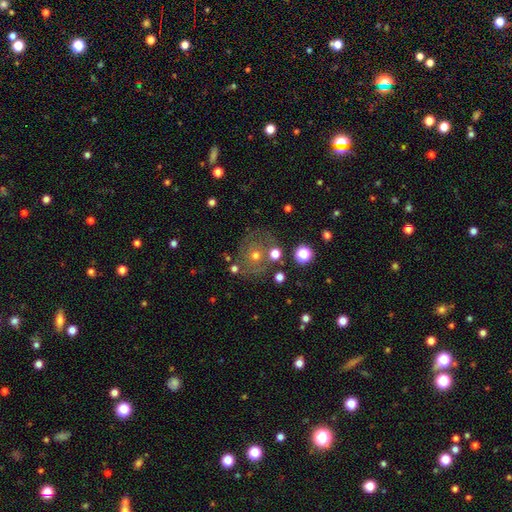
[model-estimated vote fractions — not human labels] The model was most divided on "smooth or featured": featured or disk: 45%, smooth: 38%, star or artifact: 17%. More confident: merging — none (70%).